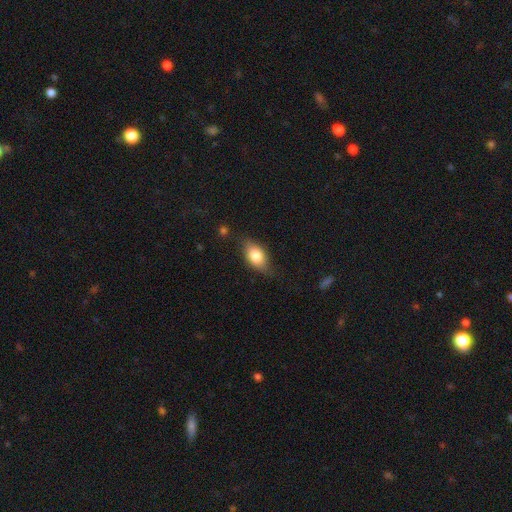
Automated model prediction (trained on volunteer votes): This appears to be a smooth galaxy with no disk features (76%) that is in between round and cigar-shaped (85%). Merging: none (69%).